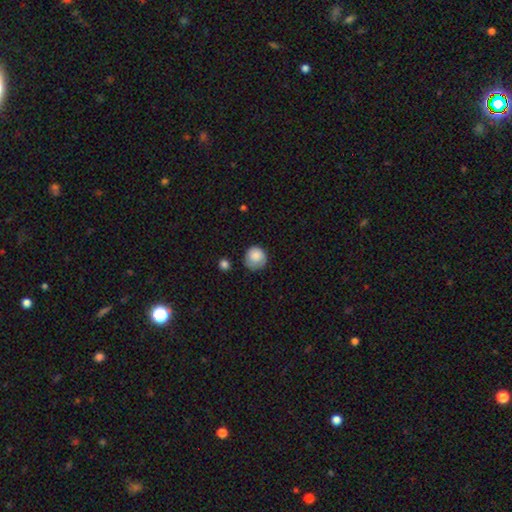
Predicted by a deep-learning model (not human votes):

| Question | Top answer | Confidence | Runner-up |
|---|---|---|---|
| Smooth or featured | smooth | 83% | featured or disk (9%) |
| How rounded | round | 88% | in between (11%) |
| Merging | none | 62% | minor disturbance (28%) |